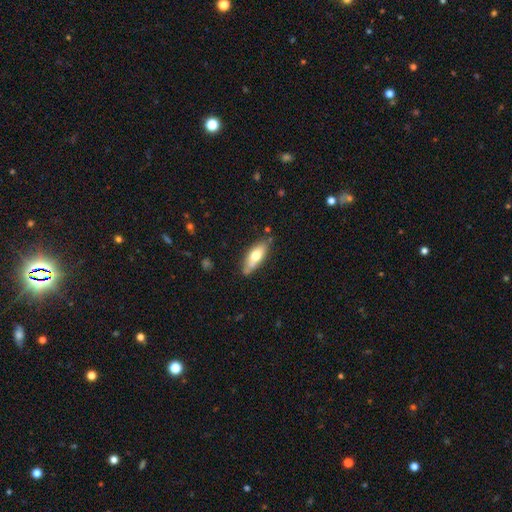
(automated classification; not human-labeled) Morphology: type=smooth (64%); roundness=in between (68%); merging=none (70%).